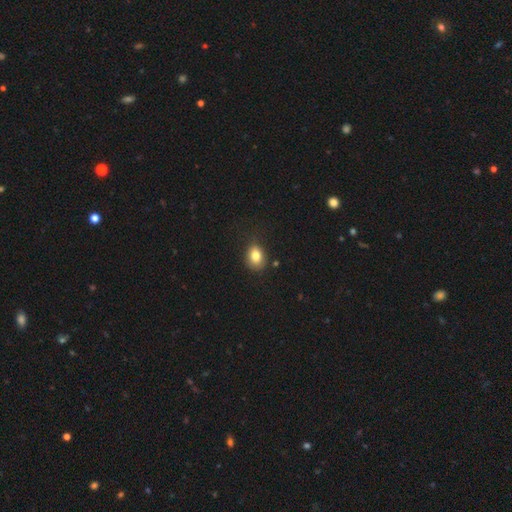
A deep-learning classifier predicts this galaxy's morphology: This appears to be a smooth galaxy with no disk features (81%) that is in between round and cigar-shaped (57%). Merging: none (75%).